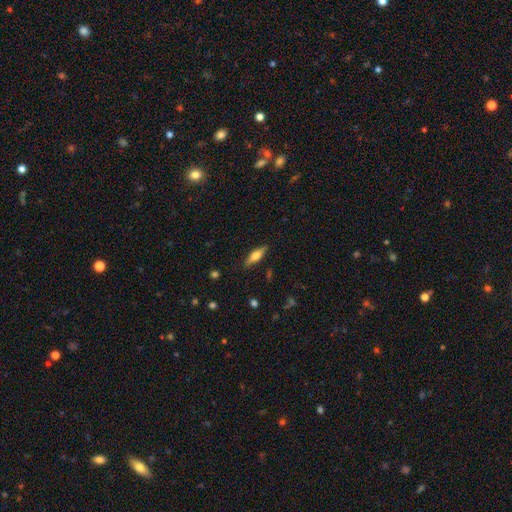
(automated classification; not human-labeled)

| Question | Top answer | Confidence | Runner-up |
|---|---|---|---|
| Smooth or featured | smooth | 47% | featured or disk (46%) |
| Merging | none | 86% | minor disturbance (10%) |